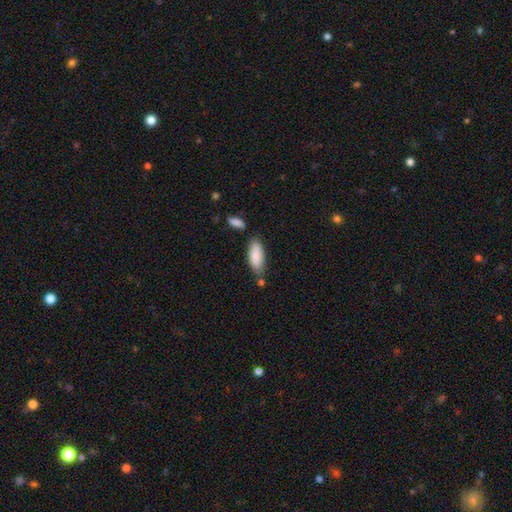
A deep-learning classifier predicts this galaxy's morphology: Overall: smooth (85%). How rounded: in between (79%). Merging: none (65%).